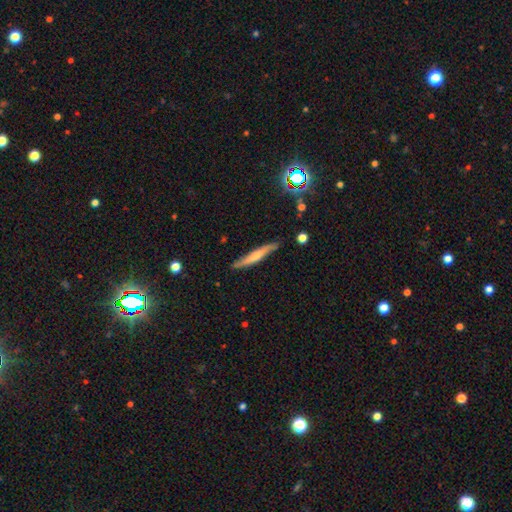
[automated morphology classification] This appears to be a featured or disk galaxy (48%). Merging: none (82%).